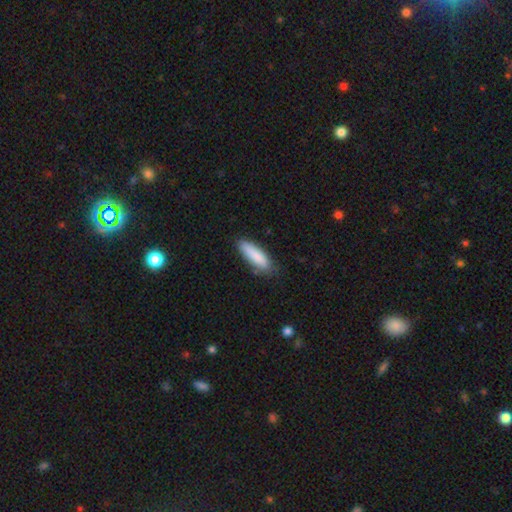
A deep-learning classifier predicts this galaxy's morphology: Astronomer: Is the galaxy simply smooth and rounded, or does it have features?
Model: smooth — 86%.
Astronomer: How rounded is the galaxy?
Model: cigar-shaped — 59% (runner-up: in between, 39%).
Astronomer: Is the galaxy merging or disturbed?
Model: none — 79%.